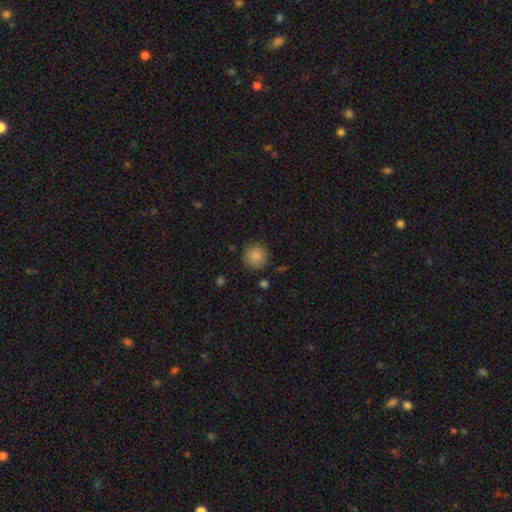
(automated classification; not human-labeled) Smooth or featured: smooth — 86% (star or artifact — 8%)
How rounded: round — 92% (in between — 7%)
Merging: none — 82% (minor disturbance — 13%)